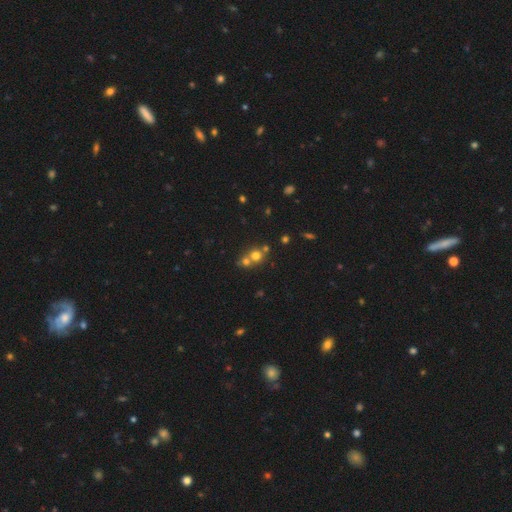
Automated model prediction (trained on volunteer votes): smooth-or-featured: smooth: 66% | star or artifact: 19% | featured or disk: 15%
  how-rounded: round: 86% | in between: 13% | cigar-shaped: 1%
  merging: merger: 48% | none: 44% | minor disturbance: 6% | major disturbance: 3%